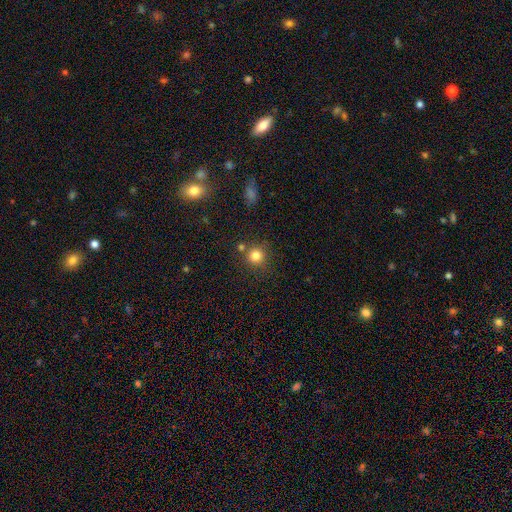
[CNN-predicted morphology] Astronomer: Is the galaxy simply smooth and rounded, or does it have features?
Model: smooth — 82%.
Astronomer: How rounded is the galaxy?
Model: round — 93%.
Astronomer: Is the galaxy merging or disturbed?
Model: none — 77%.